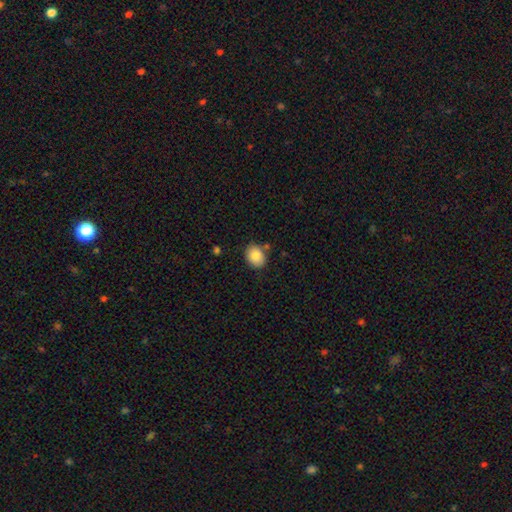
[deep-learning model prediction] A smooth galaxy with no disk features (86%) that is round (51%).

Vote fractions:
- Smooth or featured? smooth: 86% / star or artifact: 8% / featured or disk: 6%
- How rounded? round: 51% / in between: 48% / cigar-shaped: 1%
- Merging? none: 79% / minor disturbance: 12% / merger: 6% / major disturbance: 3%